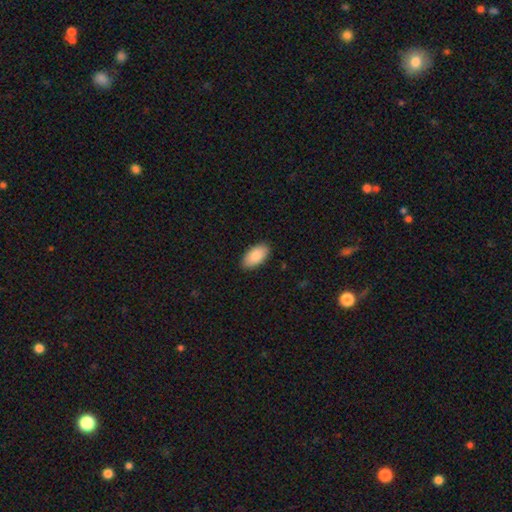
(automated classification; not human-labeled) A smooth galaxy with no disk features (88%) that is in between round and cigar-shaped (96%). Merging: none (89%).